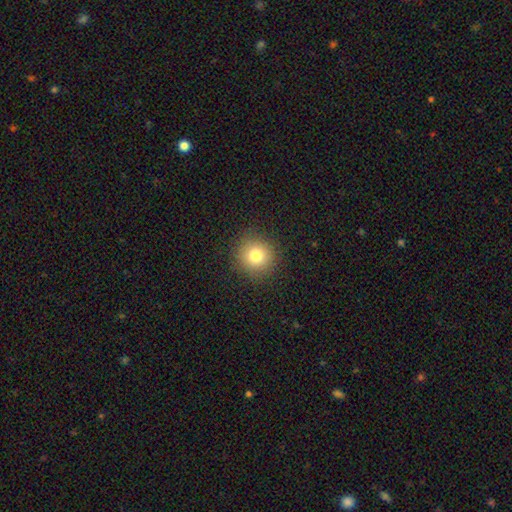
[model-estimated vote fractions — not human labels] Smooth or featured: smooth — 79% (star or artifact — 12%)
How rounded: round — 94% (in between — 5%)
Merging: none — 90% (minor disturbance — 6%)